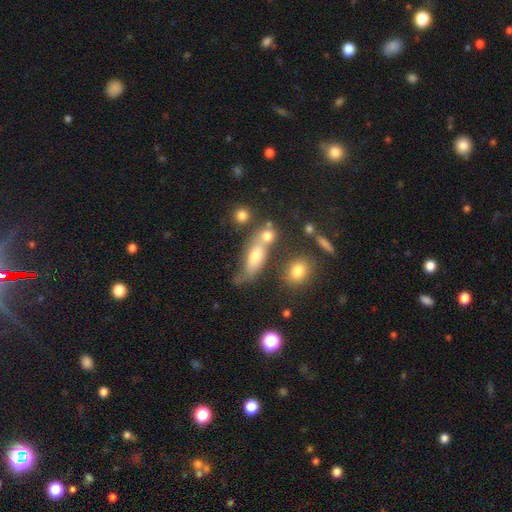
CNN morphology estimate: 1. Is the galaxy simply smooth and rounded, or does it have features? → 61% smooth, 25% featured or disk, 13% star or artifact.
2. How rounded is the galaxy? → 62% in between, 29% cigar-shaped, 10% round.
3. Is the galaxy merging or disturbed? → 40% none, 32% merger, 18% minor disturbance, 10% major disturbance.